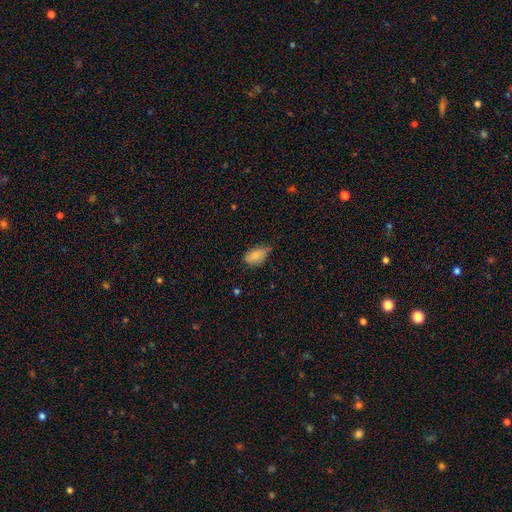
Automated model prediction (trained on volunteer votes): smooth 85%, featured or disk 8%, star or artifact 7%. Down the decision tree: how rounded — in between (91%); merging — none (56%).